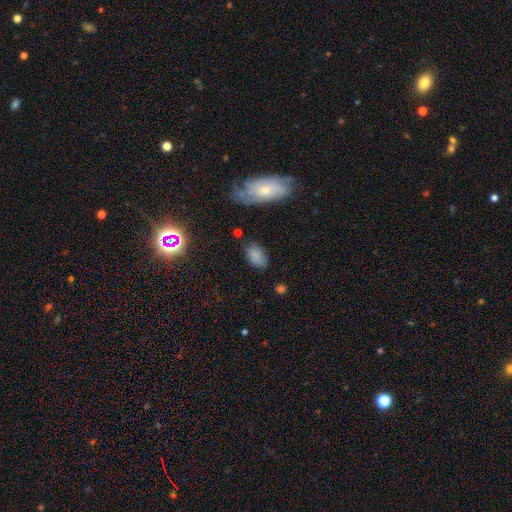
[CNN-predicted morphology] Smooth or featured? smooth (81%)
How rounded? in between (92%)
Merging? none (74%)